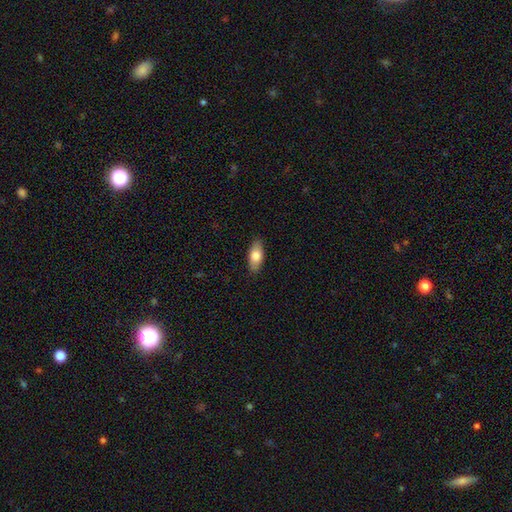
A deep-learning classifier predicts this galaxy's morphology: Smooth or featured? Predicted: smooth (p=0.78). How rounded? Predicted: in between (p=0.84). Merging? Predicted: none (p=0.88).